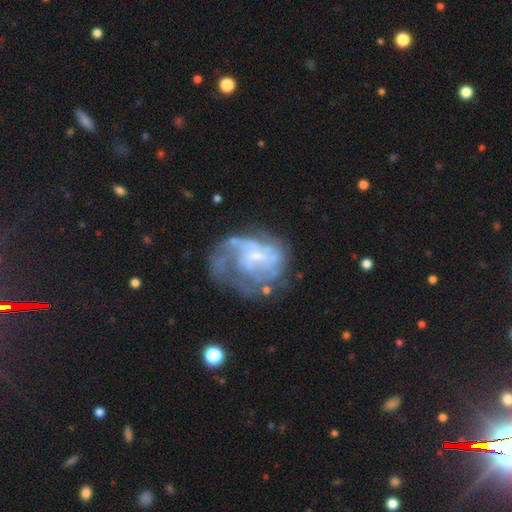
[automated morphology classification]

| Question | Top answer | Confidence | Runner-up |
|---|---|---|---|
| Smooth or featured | featured or disk | 75% | smooth (16%) |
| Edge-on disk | no | 98% | yes (2%) |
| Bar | no | 65% | weak (30%) |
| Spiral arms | yes | 72% | no (28%) |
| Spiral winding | medium | 38% | tight (35%) |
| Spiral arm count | can't tell | 43% | 2 (20%) |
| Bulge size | small | 63% | moderate (18%) |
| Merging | none | 39% | major disturbance (36%) |